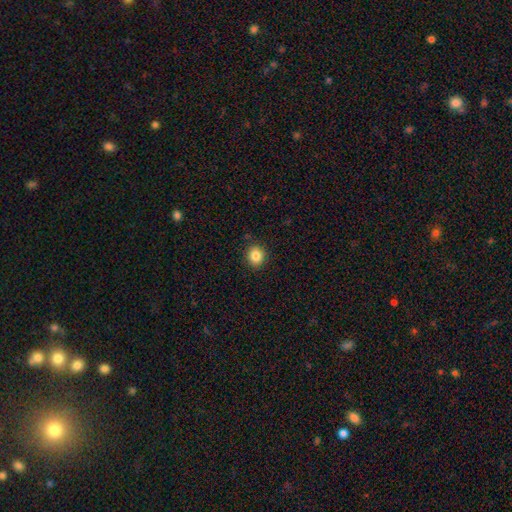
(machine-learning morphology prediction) Smooth or featured? Predicted: smooth (p=0.85). How rounded? Predicted: round (p=0.81). Merging? Predicted: none (p=0.90).